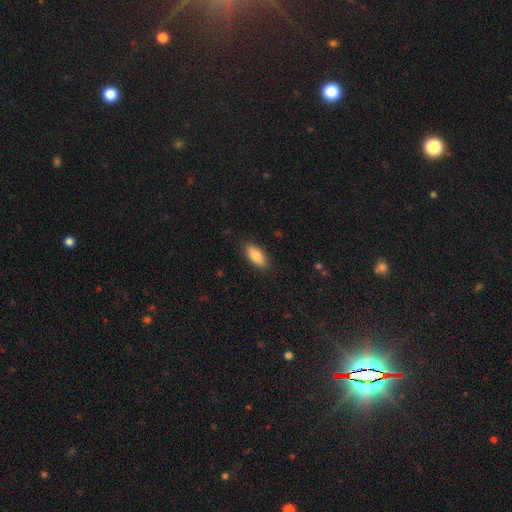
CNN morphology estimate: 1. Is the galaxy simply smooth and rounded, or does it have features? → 83% smooth, 10% featured or disk, 7% star or artifact.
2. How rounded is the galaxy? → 88% in between, 9% cigar-shaped, 2% round.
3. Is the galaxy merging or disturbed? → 87% none, 9% minor disturbance, 2% major disturbance, 1% merger.